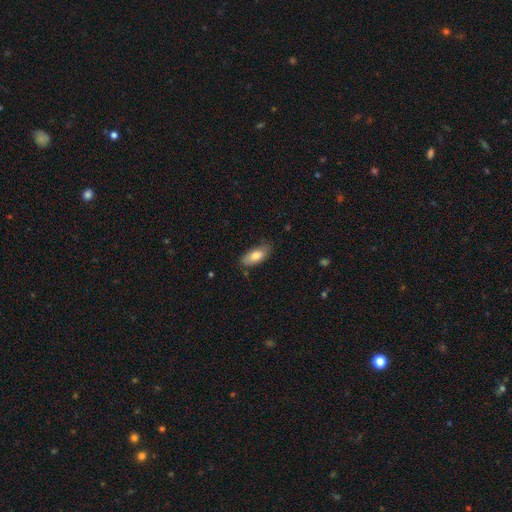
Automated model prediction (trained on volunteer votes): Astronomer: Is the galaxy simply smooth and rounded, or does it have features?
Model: smooth — 78%.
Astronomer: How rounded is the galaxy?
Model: in between — 85%.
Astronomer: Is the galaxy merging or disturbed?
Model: none — 72%.